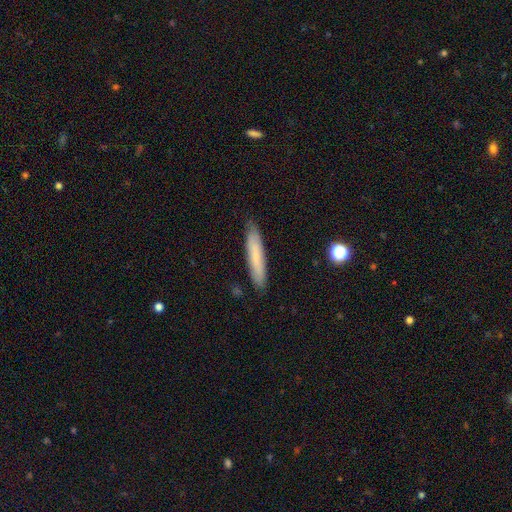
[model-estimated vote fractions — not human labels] Morphology: type=smooth (71%); roundness=cigar-shaped (89%); merging=none (84%).